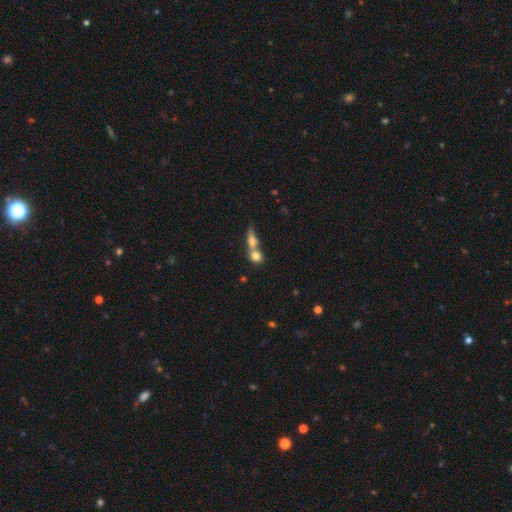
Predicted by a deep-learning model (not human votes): This appears to be a smooth galaxy with no disk features (71%) that is round (60%). Merging: merger (61%).